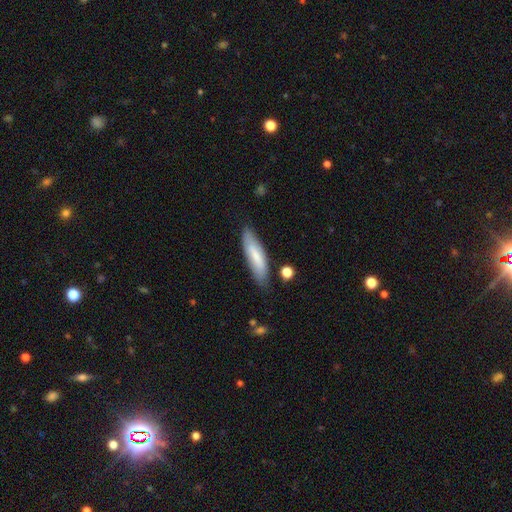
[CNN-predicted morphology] Smooth or featured?
  - smooth: 69% *
  - featured or disk: 25%
  - star or artifact: 7%
How rounded?
  - cigar-shaped: 68% *
  - in between: 31%
  - round: 2%
Merging?
  - none: 80% *
  - minor disturbance: 15%
  - major disturbance: 3%
  - merger: 2%